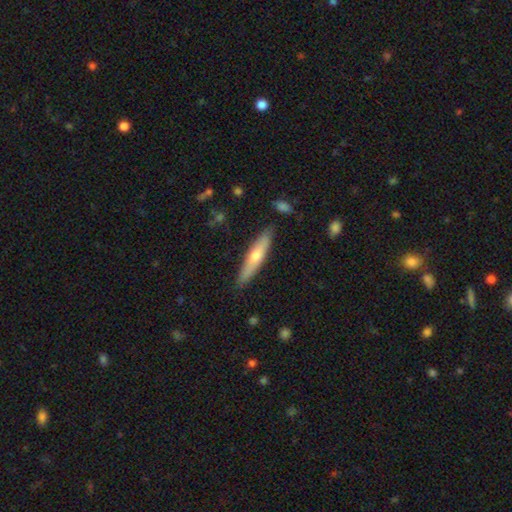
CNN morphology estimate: Smooth or featured: smooth — 56% (featured or disk — 39%)
How rounded: cigar-shaped — 87% (in between — 12%)
Merging: none — 86% (minor disturbance — 10%)